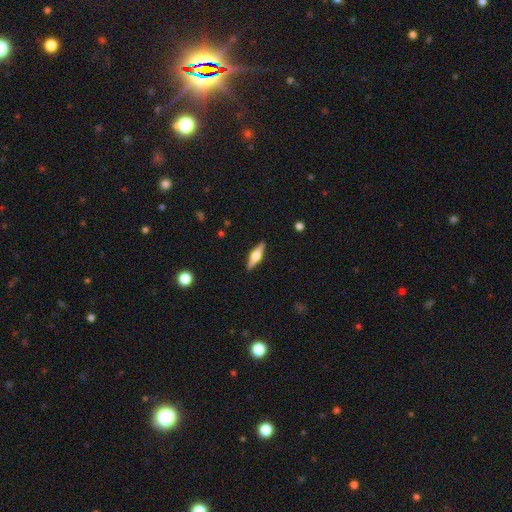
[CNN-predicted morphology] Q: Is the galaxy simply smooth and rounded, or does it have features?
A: featured or disk — 72%.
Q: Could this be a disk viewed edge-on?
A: yes — 97%.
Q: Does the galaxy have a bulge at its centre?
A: rounded — 92%.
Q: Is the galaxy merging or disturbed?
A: none — 90%.